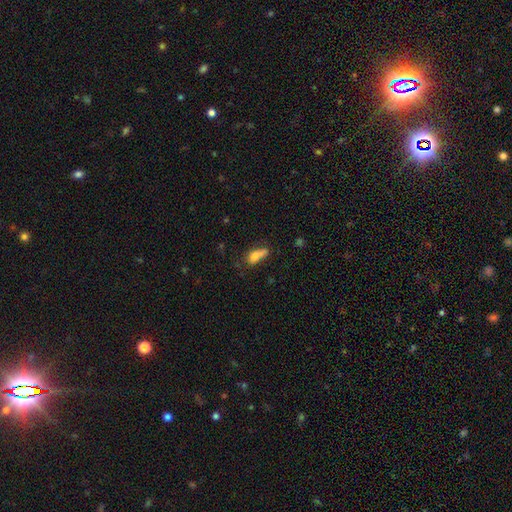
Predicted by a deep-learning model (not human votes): The model was most divided on "merging": none: 36%, minor disturbance: 27%, major disturbance: 19%, merger: 17%. More confident: smooth or featured — smooth (69%); how rounded — in between (68%).